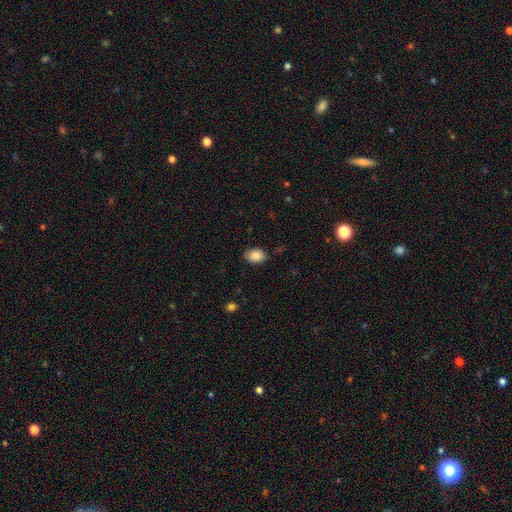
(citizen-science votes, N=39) Smooth or featured? 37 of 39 (95%) said smooth. How rounded? 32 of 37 (86%) said in between. Merging? 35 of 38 (92%) said none.